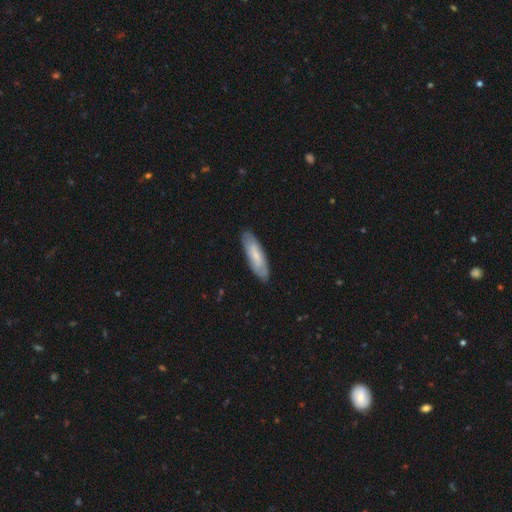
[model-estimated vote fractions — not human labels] Smooth or featured? smooth (60%)
How rounded? cigar-shaped (53%)
Merging? none (85%)